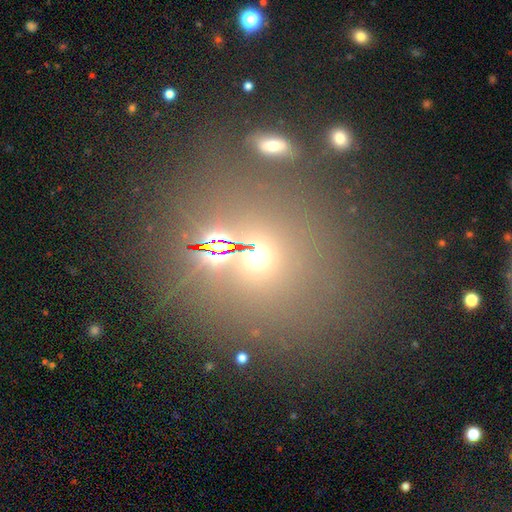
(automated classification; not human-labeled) A smooth galaxy with no disk features (50%). Merging: none (69%).